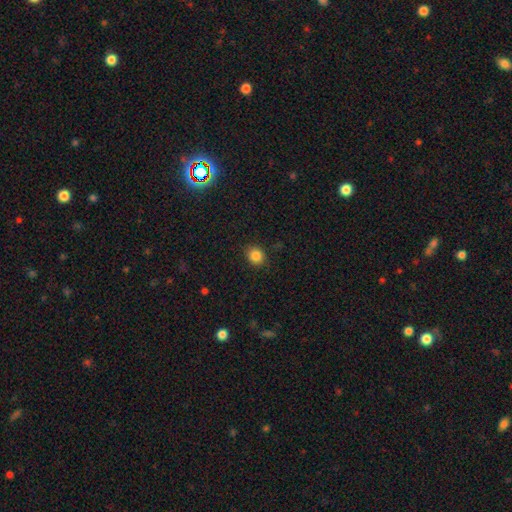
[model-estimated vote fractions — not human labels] smooth_or_featured: smooth (p=0.85) [alt: star or artifact p=0.11]
how_rounded: round (p=0.79) [alt: in between p=0.20]
merging: none (p=0.87) [alt: minor disturbance p=0.10]